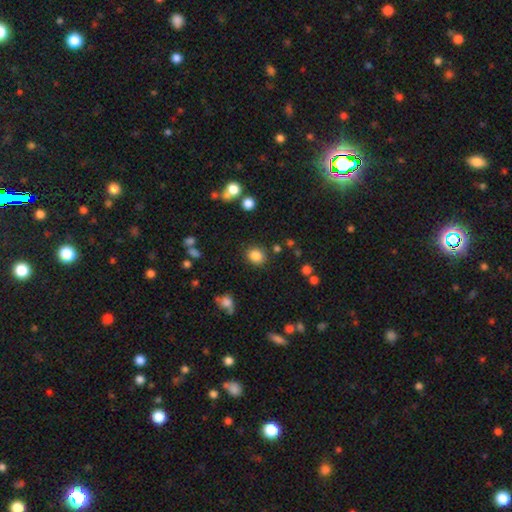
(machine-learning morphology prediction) This appears to be a smooth galaxy with no disk features (84%) that is round (63%). Merging: none (84%).